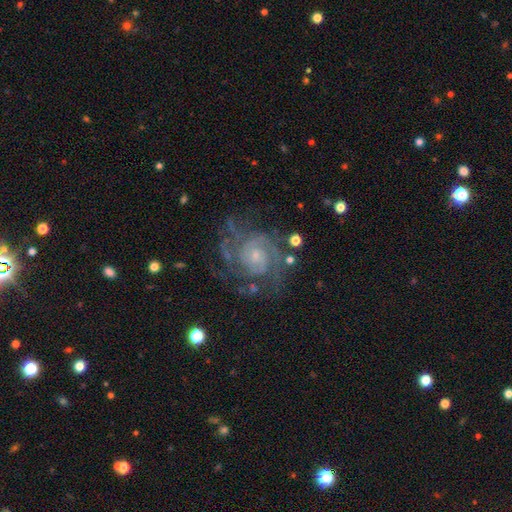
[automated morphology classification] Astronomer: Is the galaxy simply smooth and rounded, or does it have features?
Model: featured or disk — 88%.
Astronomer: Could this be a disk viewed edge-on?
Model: no — 98%.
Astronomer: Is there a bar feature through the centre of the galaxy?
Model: no — 70%.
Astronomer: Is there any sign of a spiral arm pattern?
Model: yes — 97%.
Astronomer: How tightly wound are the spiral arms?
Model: tight — 62%.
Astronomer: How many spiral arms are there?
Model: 2 — 30% (runner-up: 3, 23%).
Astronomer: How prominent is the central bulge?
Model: small — 70%.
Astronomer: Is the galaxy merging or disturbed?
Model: none — 68%.